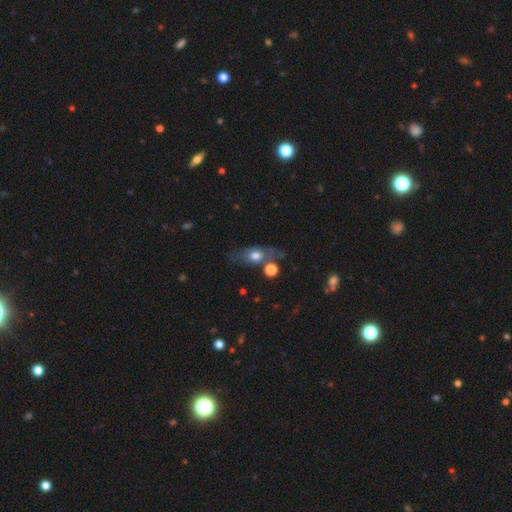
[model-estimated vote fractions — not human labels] This appears to be a smooth galaxy with no disk features (60%) that is in between round and cigar-shaped (65%). Merging: none (55%).